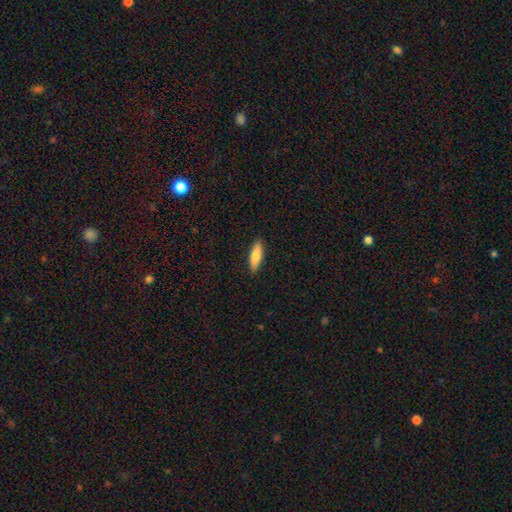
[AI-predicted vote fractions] The model was most divided on "how rounded": cigar-shaped: 57%, in between: 42%, round: 2%. More confident: merging — none (90%); smooth or featured — smooth (82%).